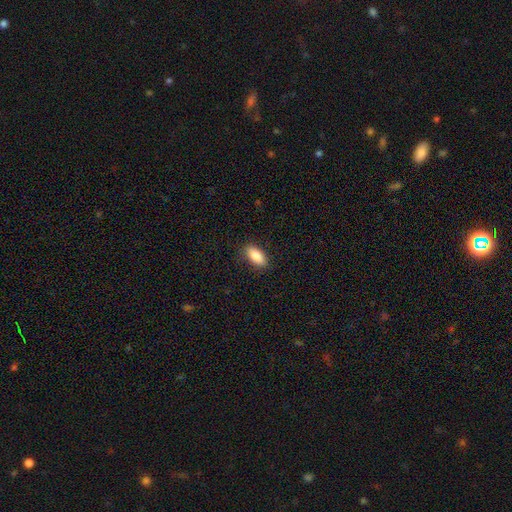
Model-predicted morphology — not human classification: smooth 87%, star or artifact 7%, featured or disk 6%. Down the decision tree: how rounded — in between (87%); merging — none (86%).